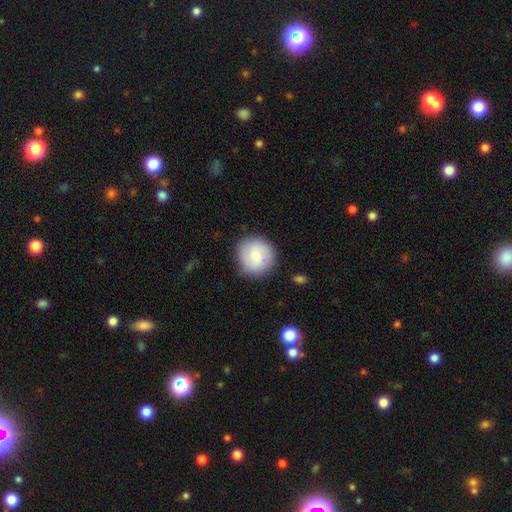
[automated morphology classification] This is likely a smooth galaxy (77%). How rounded: clearly round (93%). Merging: clearly none (83%).